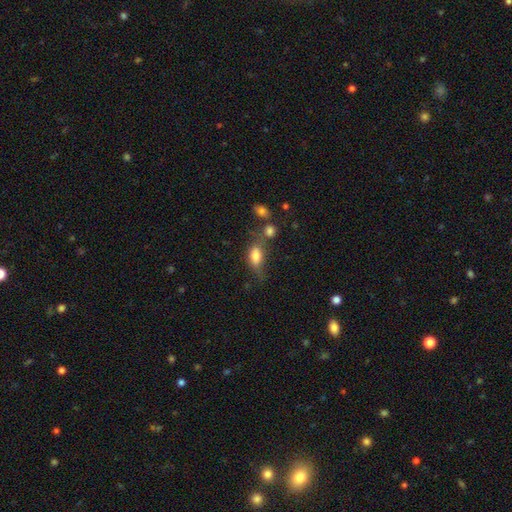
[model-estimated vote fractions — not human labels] smooth-or-featured: smooth: 78% | featured or disk: 13% | star or artifact: 9%
  how-rounded: in between: 85% | round: 9% | cigar-shaped: 6%
  merging: none: 39% | minor disturbance: 25% | merger: 21% | major disturbance: 15%